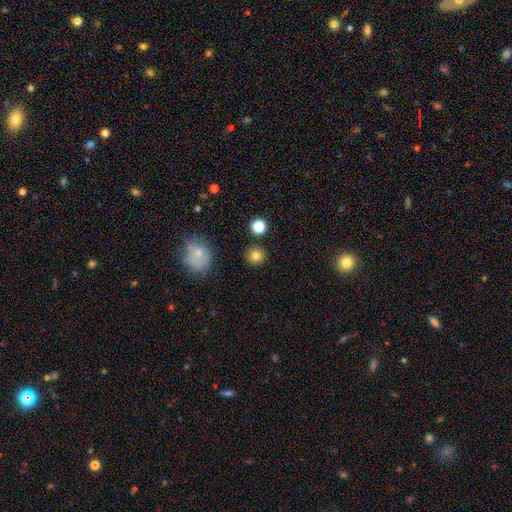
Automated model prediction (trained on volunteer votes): A smooth galaxy with no disk features (82%) that is round (90%). Merging: none (88%).